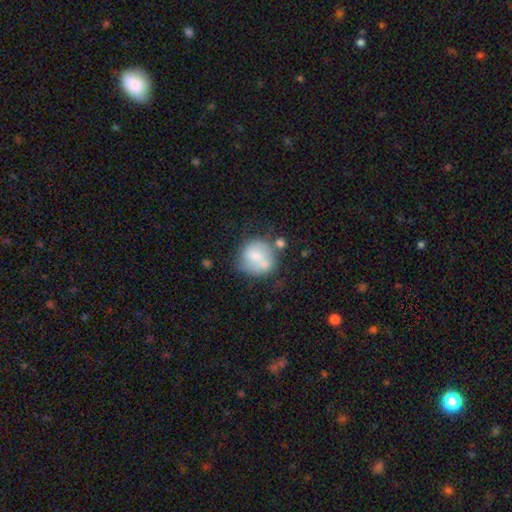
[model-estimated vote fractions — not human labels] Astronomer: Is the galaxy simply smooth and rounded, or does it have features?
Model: smooth — 62%.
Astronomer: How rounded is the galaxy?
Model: round — 84%.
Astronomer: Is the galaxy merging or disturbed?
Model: none — 43% (runner-up: merger, 24%).